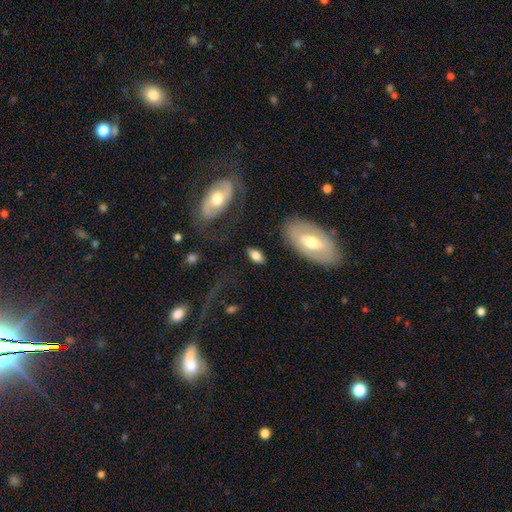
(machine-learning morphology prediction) Q: Smooth or featured?
A: smooth (72%); runner-up: featured or disk (20%)
Q: How rounded?
A: in between (86%); runner-up: cigar-shaped (10%)
Q: Merging?
A: none (78%); runner-up: minor disturbance (13%)